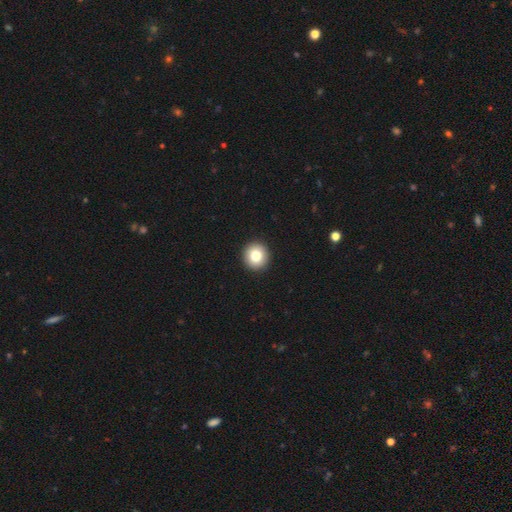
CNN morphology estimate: Q: Smooth or featured?
A: smooth (82%); runner-up: star or artifact (9%)
Q: How rounded?
A: round (94%); runner-up: in between (5%)
Q: Merging?
A: none (94%); runner-up: minor disturbance (4%)